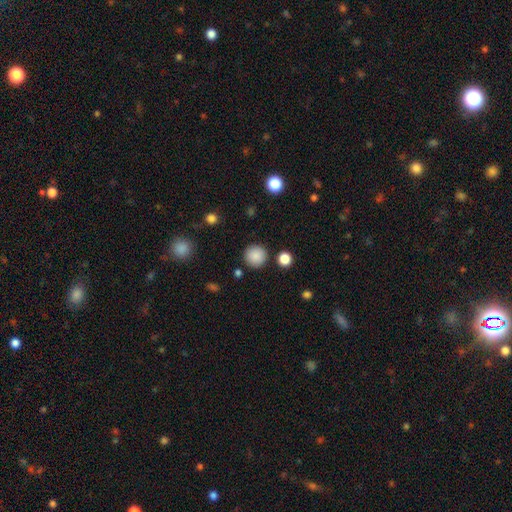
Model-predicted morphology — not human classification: Q: Smooth or featured?
A: smooth (87%); runner-up: star or artifact (9%)
Q: How rounded?
A: round (95%); runner-up: in between (4%)
Q: Merging?
A: none (89%); runner-up: minor disturbance (6%)